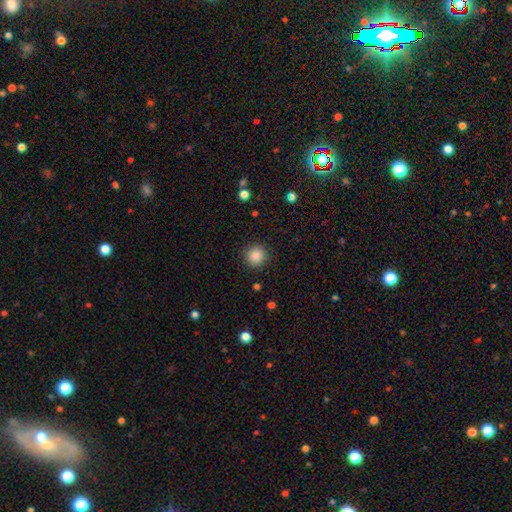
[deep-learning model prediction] This appears to be a smooth galaxy with no disk features (86%) that is round (93%). Merging: none (90%).